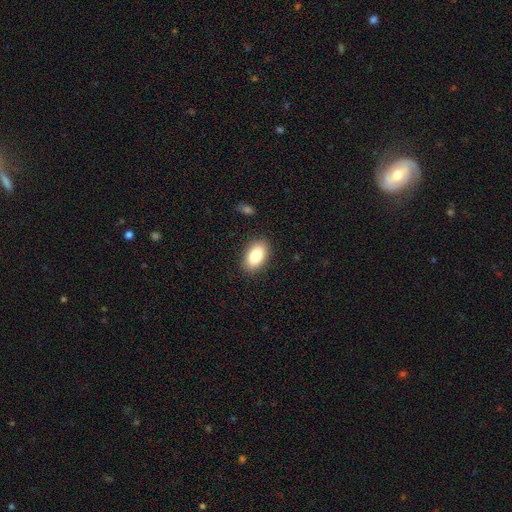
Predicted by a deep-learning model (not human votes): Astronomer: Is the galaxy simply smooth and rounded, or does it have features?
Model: smooth — 84%.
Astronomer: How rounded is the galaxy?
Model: in between — 92%.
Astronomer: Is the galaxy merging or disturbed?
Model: none — 88%.